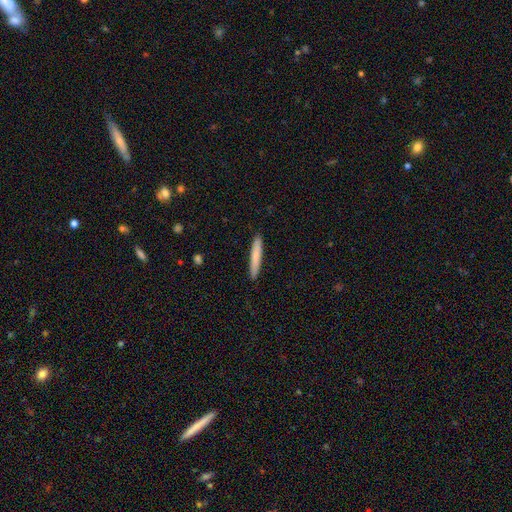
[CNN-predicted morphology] Smooth or featured?
  - smooth: 78% *
  - featured or disk: 17%
  - star or artifact: 6%
How rounded?
  - cigar-shaped: 95% *
  - in between: 4%
  - round: 1%
Merging?
  - none: 91% *
  - minor disturbance: 7%
  - major disturbance: 1%
  - merger: 1%